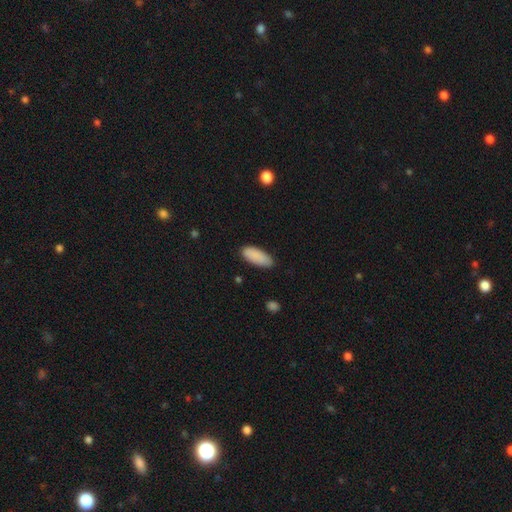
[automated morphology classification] Overall: smooth (89%). How rounded: in between (79%). Merging: none (82%).